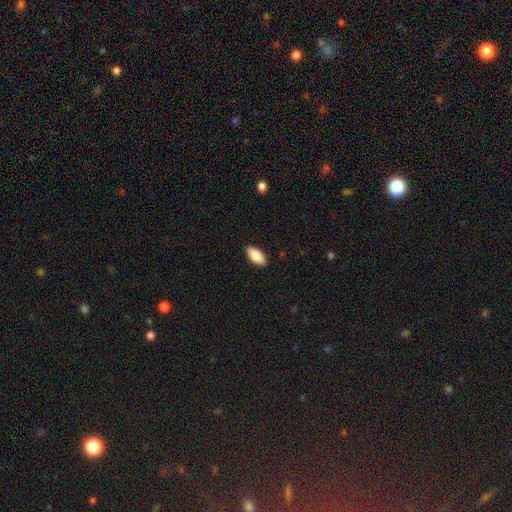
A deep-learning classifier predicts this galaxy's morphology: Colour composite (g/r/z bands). It shows a smooth galaxy with no disk features (85%) that is in between round and cigar-shaped (92%). Merging: none (90%).